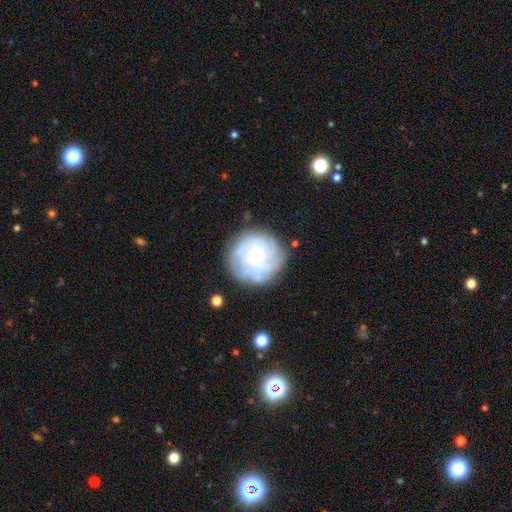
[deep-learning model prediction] Smooth or featured? Predicted: featured or disk (p=0.56). Edge-on disk? Predicted: no (p=0.97). Bar? Predicted: no (p=0.82). Spiral arms? Predicted: yes (p=0.60). Bulge size? Predicted: small (p=0.50). Merging? Predicted: none (p=0.77).